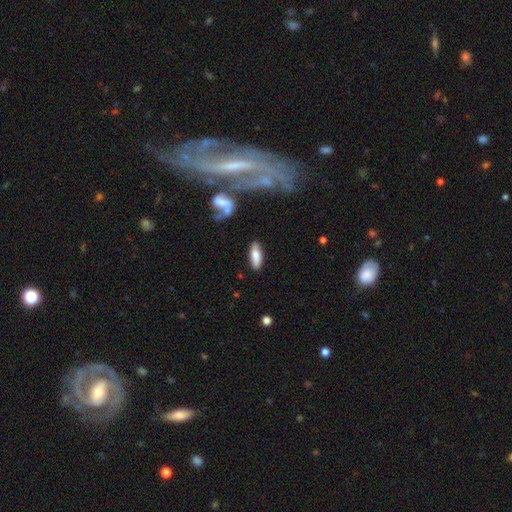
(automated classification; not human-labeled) smooth_or_featured: smooth (p=0.73) [alt: featured or disk p=0.21]
how_rounded: in between (p=0.60) [alt: cigar-shaped p=0.37]
merging: none (p=0.83) [alt: minor disturbance p=0.12]